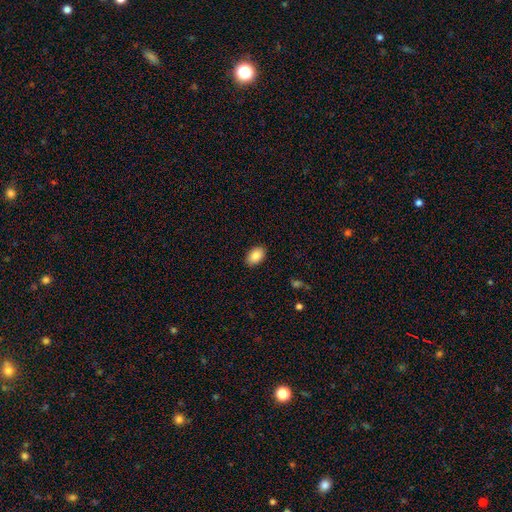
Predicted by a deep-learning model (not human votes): smooth 87%, star or artifact 7%, featured or disk 6%. Down the decision tree: how rounded — in between (89%); merging — none (88%).